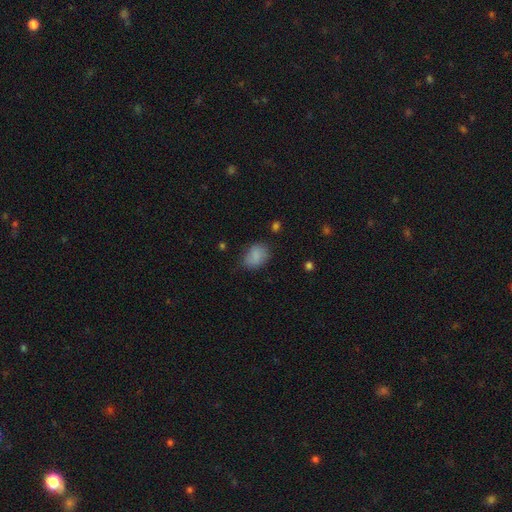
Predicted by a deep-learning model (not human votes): Smooth or featured?
  - smooth: 83% *
  - star or artifact: 9%
  - featured or disk: 8%
How rounded?
  - in between: 74% *
  - round: 25%
  - cigar-shaped: 1%
Merging?
  - none: 68% *
  - minor disturbance: 24%
  - major disturbance: 6%
  - merger: 2%